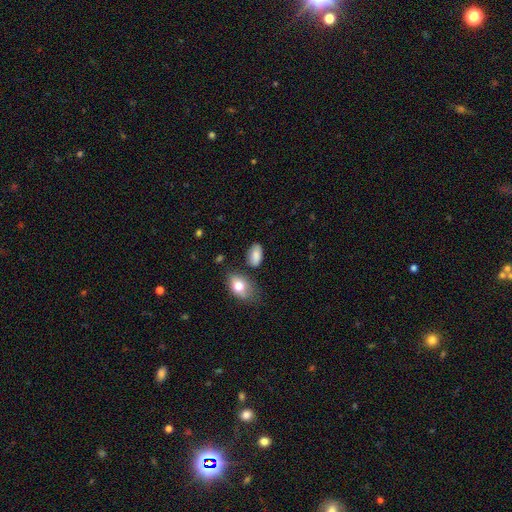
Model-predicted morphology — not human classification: smooth_or_featured: smooth (p=0.83) [alt: featured or disk p=0.09]
how_rounded: in between (p=0.91) [alt: round p=0.07]
merging: none (p=0.71) [alt: minor disturbance p=0.20]